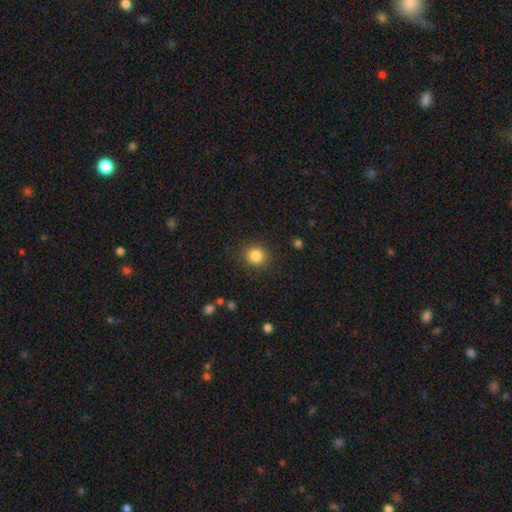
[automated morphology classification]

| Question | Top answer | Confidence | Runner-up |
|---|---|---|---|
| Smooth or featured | smooth | 85% | star or artifact (10%) |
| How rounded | round | 90% | in between (9%) |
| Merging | none | 89% | minor disturbance (7%) |